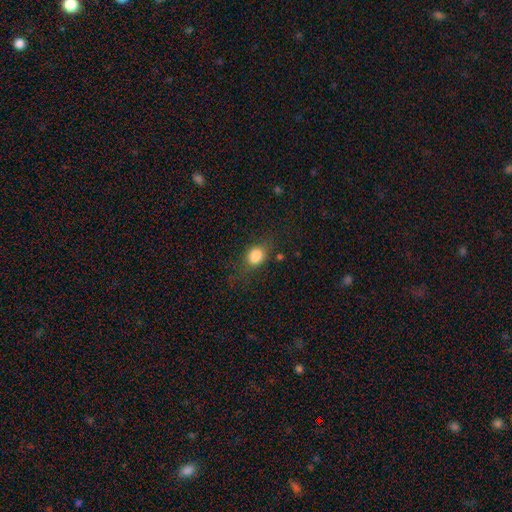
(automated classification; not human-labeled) A smooth galaxy with no disk features (82%) that is in between round and cigar-shaped (55%).

Vote fractions:
- Smooth or featured? smooth: 82% / star or artifact: 10% / featured or disk: 7%
- How rounded? in between: 55% / round: 43% / cigar-shaped: 2%
- Merging? none: 65% / minor disturbance: 21% / major disturbance: 11% / merger: 3%